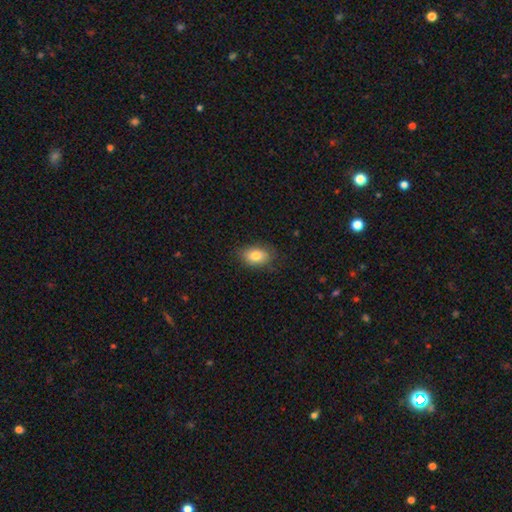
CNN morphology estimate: This appears to be a smooth galaxy with no disk features (81%) that is in between round and cigar-shaped (86%). Merging: none (81%).